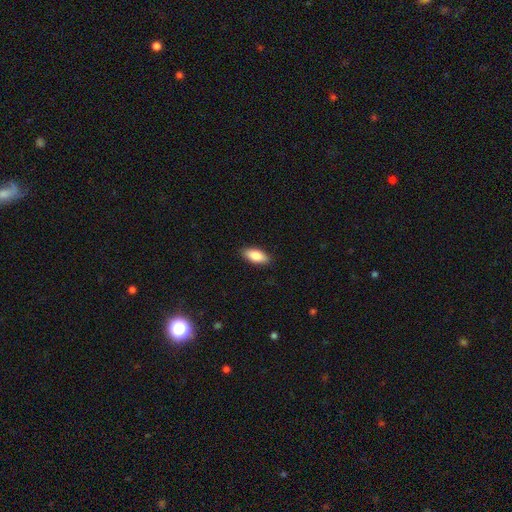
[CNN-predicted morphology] Smooth or featured?
  - smooth: 85% *
  - featured or disk: 9%
  - star or artifact: 6%
How rounded?
  - in between: 86% *
  - cigar-shaped: 11%
  - round: 2%
Merging?
  - none: 89% *
  - minor disturbance: 8%
  - major disturbance: 2%
  - merger: 1%